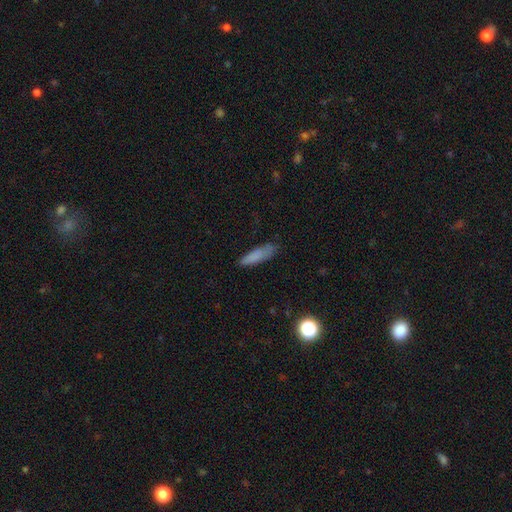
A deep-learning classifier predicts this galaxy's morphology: Q: Smooth or featured?
A: smooth (80%); runner-up: featured or disk (11%)
Q: How rounded?
A: cigar-shaped (63%); runner-up: in between (35%)
Q: Merging?
A: none (68%); runner-up: minor disturbance (24%)